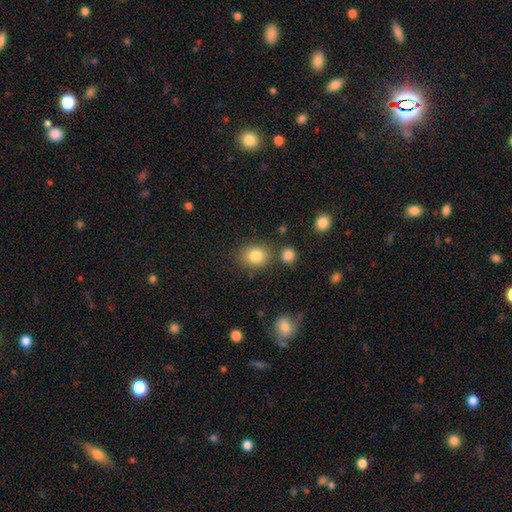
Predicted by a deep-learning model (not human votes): smooth-or-featured: smooth: 84% | star or artifact: 9% | featured or disk: 7%
  how-rounded: round: 57% | in between: 42% | cigar-shaped: 1%
  merging: none: 76% | minor disturbance: 12% | merger: 8% | major disturbance: 4%